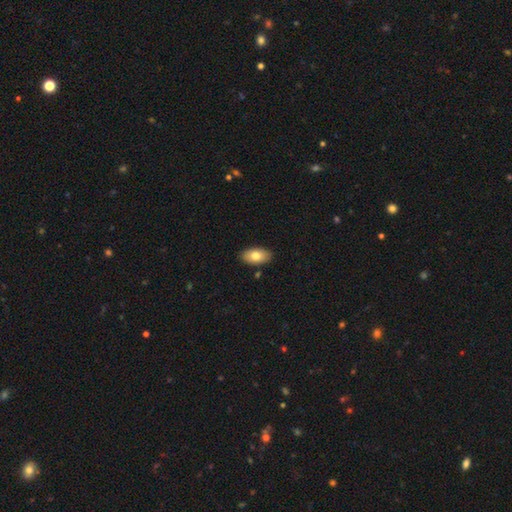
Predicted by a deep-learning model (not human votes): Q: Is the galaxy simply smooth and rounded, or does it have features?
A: smooth — 76%.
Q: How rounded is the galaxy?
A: in between — 94%.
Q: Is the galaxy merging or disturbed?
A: none — 87%.